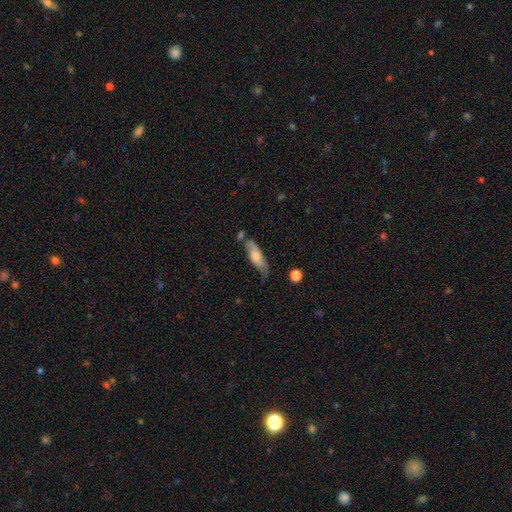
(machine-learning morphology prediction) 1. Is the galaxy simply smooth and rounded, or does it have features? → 62% smooth, 32% featured or disk, 6% star or artifact.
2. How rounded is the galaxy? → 49% cigar-shaped (tied), 49% in between (tied), 2% round.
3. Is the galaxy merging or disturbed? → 53% none, 31% minor disturbance, 9% major disturbance, 7% merger.